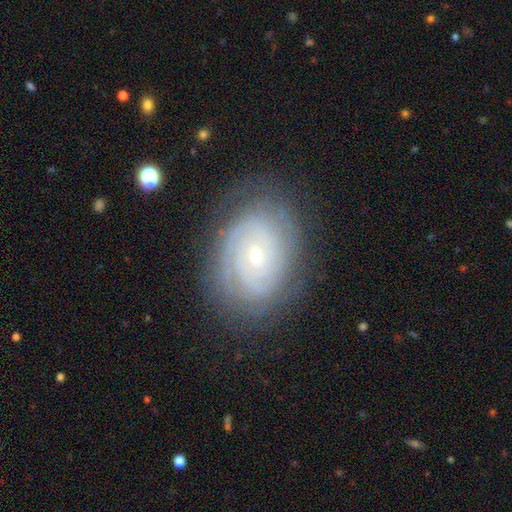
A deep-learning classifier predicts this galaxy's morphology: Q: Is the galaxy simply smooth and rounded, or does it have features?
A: featured or disk — 80%.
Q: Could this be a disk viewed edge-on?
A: no — 97%.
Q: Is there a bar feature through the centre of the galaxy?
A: no — 77%.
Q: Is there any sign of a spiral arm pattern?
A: yes — 93%.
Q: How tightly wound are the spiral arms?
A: tight — 79%.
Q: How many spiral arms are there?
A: can't tell — 39%.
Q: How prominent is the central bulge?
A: small — 78%.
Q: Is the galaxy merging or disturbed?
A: none — 78%.